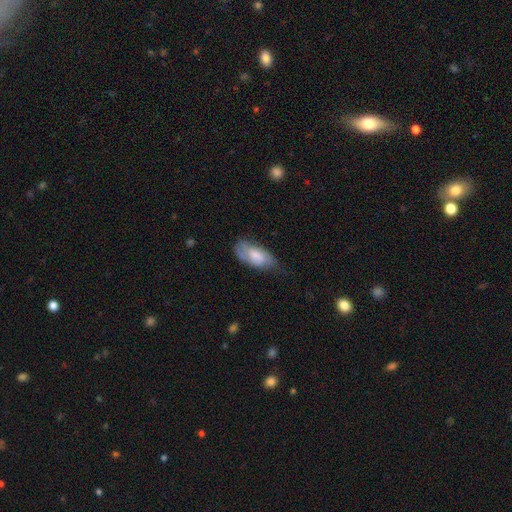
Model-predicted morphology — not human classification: smooth_or_featured: smooth (p=0.61) [alt: featured or disk p=0.33]
how_rounded: in between (p=0.90) [alt: cigar-shaped p=0.07]
merging: none (p=0.49) [alt: minor disturbance p=0.36]